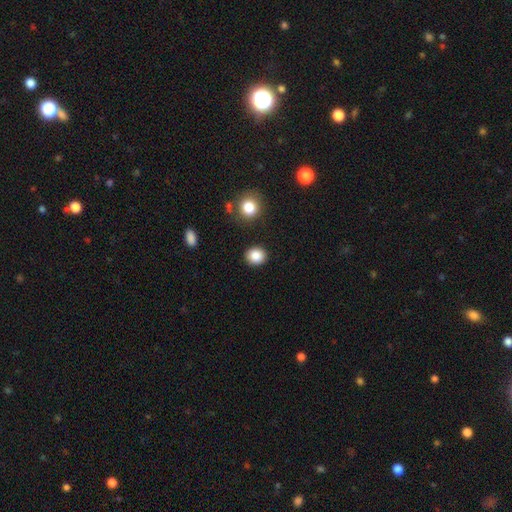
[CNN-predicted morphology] Q: Smooth or featured?
A: smooth (87%); runner-up: star or artifact (9%)
Q: How rounded?
A: round (77%); runner-up: in between (22%)
Q: Merging?
A: none (88%); runner-up: minor disturbance (7%)